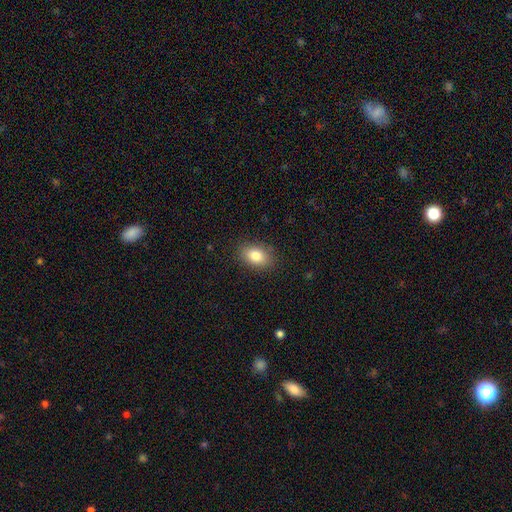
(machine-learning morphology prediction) Smooth or featured? smooth (82%)
How rounded? in between (84%)
Merging? none (87%)